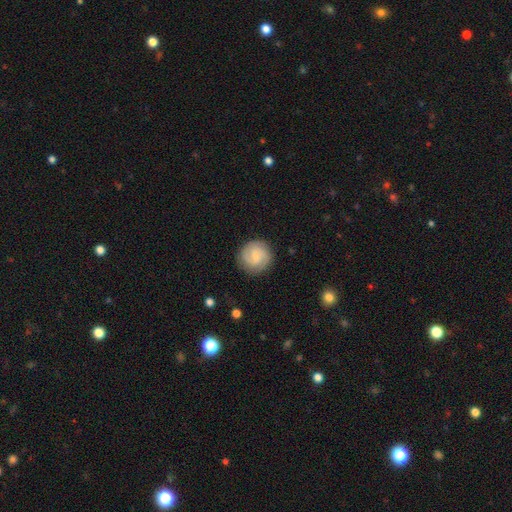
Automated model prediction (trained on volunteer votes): Morphology: type=featured or disk (65%); edge-on=no (98%); bar=no (48%); spiral arms=yes (94%); winding=tight (52%); arm count=2 (72%); bulge=small (62%); merging=none (86%).